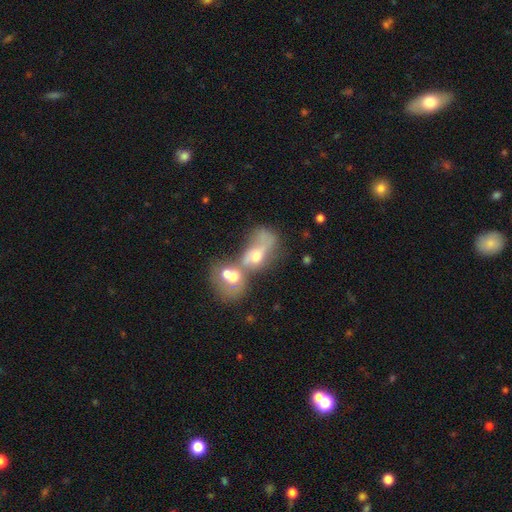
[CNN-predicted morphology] This is marginally a featured or disk galaxy (45%). Merging: likely merger (71%).